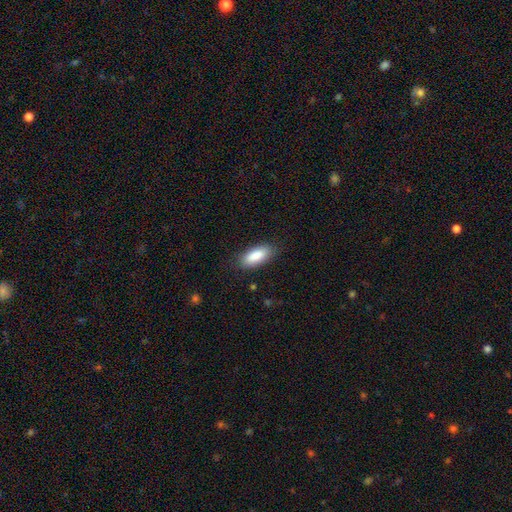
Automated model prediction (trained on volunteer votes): Smooth or featured? smooth (87%)
How rounded? in between (82%)
Merging? none (83%)